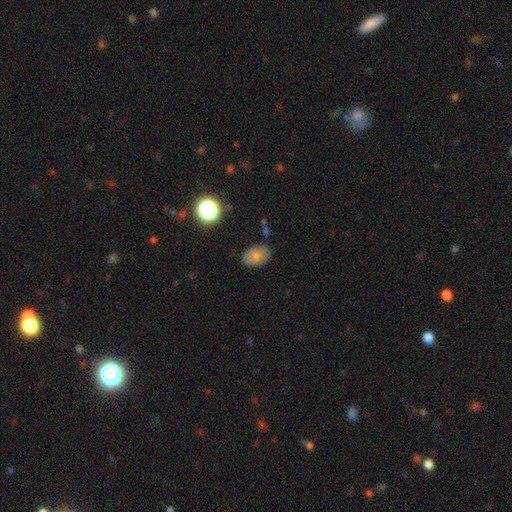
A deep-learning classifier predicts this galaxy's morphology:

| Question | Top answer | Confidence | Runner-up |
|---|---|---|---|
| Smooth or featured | smooth | 80% | star or artifact (10%) |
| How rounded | in between | 83% | round (16%) |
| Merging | none | 78% | minor disturbance (15%) |